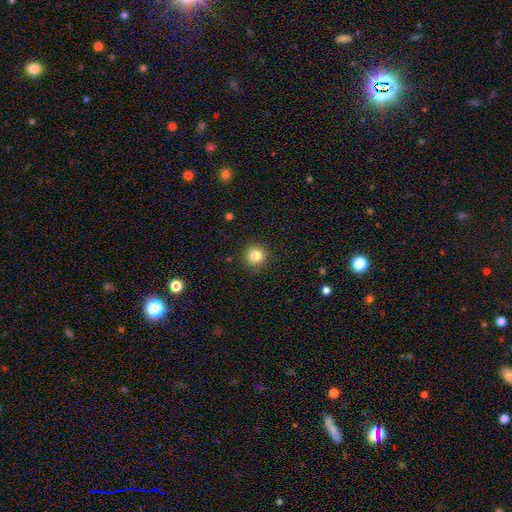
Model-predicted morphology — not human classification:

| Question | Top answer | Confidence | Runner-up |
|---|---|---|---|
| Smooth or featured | smooth | 83% | star or artifact (11%) |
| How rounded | round | 94% | in between (5%) |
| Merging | none | 90% | minor disturbance (7%) |